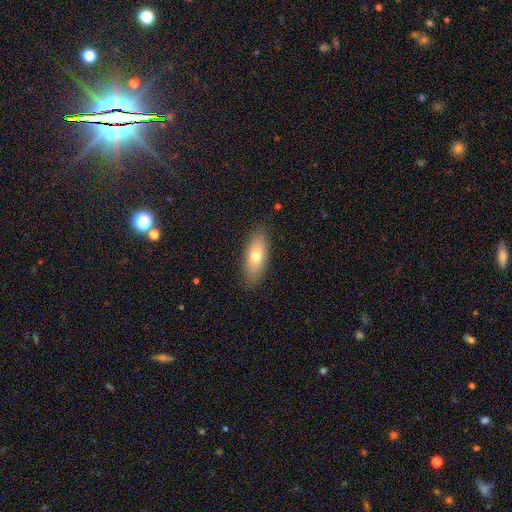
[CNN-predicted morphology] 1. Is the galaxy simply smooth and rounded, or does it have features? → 70% smooth, 23% featured or disk, 7% star or artifact.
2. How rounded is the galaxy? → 74% in between, 22% cigar-shaped, 3% round.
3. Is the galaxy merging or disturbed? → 85% none, 11% minor disturbance, 3% major disturbance, 1% merger.